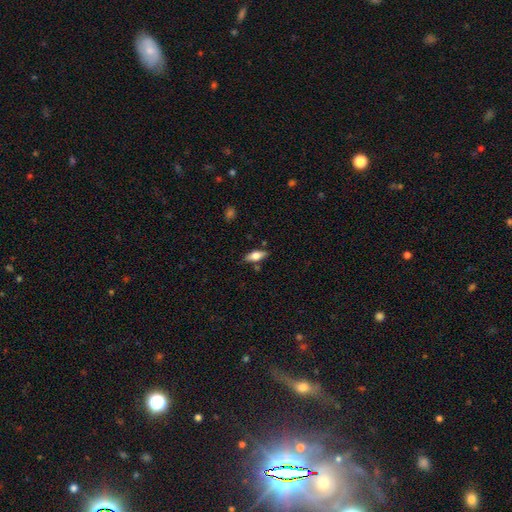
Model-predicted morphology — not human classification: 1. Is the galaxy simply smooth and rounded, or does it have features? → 62% smooth, 31% featured or disk, 7% star or artifact.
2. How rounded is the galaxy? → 74% in between, 24% cigar-shaped, 3% round.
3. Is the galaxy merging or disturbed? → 80% none, 13% minor disturbance, 4% merger, 3% major disturbance.